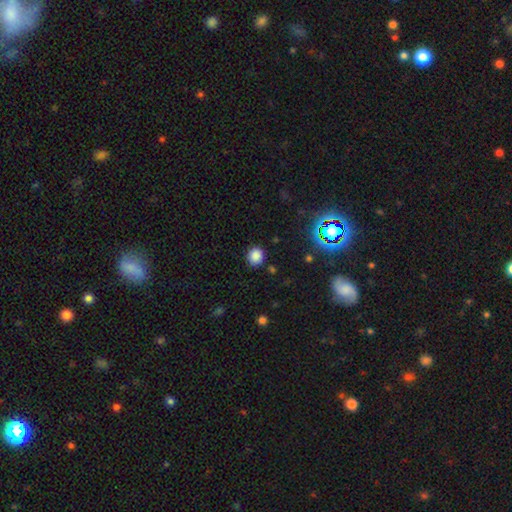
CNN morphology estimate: This is clearly a smooth galaxy (83%). How rounded: clearly round (80%). Merging: clearly none (86%).